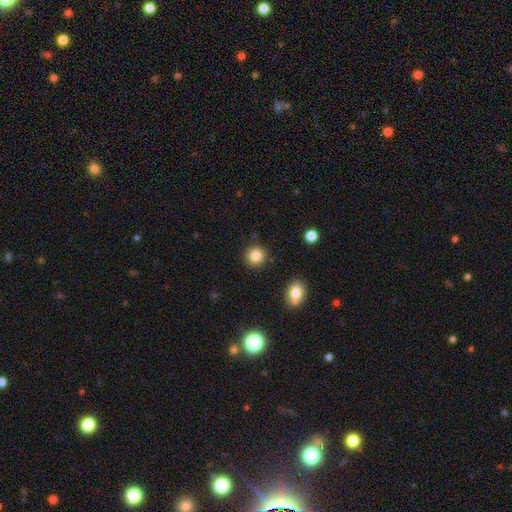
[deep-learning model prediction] A smooth galaxy with no disk features (84%) that is round (89%).

Vote fractions:
- Smooth or featured? smooth: 84% / star or artifact: 10% / featured or disk: 6%
- How rounded? round: 89% / in between: 10% / cigar-shaped: 1%
- Merging? none: 88% / minor disturbance: 7% / merger: 3% / major disturbance: 2%